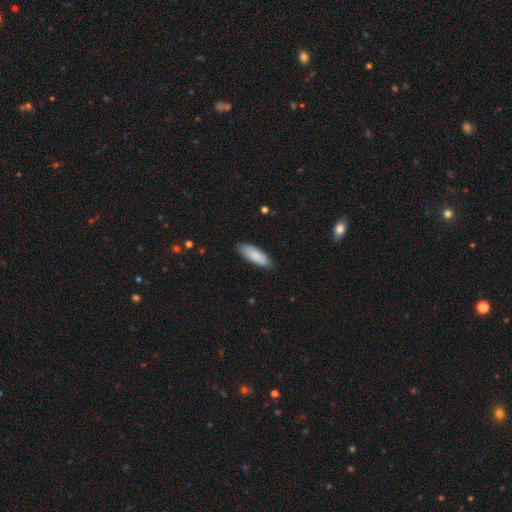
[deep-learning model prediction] Smooth or featured? smooth (84%)
How rounded? in between (68%)
Merging? none (84%)